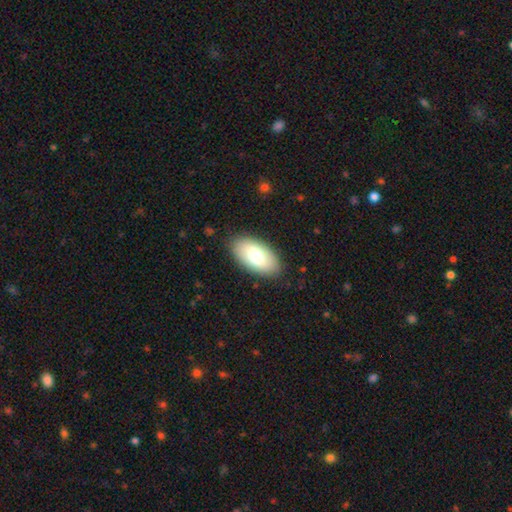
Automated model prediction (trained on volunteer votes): Smooth or featured? Predicted: smooth (p=0.70). How rounded? Predicted: in between (p=0.94). Merging? Predicted: none (p=0.86).